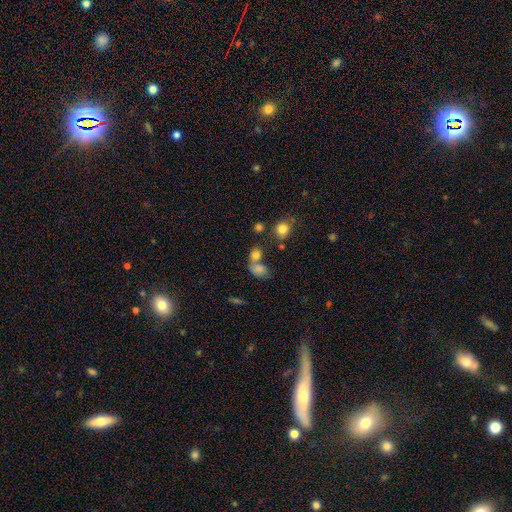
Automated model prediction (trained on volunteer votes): smooth_or_featured: smooth (p=0.77) [alt: star or artifact p=0.13]
how_rounded: in between (p=0.62) [alt: round p=0.36]
merging: merger (p=0.45) [alt: none p=0.38]